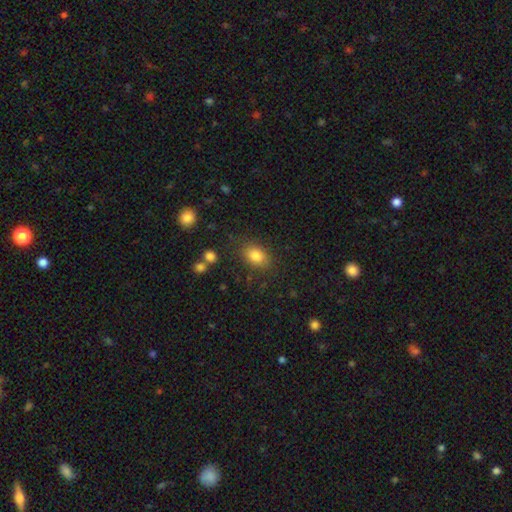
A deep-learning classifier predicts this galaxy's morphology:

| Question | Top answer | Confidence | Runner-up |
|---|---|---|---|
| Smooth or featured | smooth | 82% | star or artifact (10%) |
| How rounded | in between | 81% | round (18%) |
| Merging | none | 81% | minor disturbance (13%) |